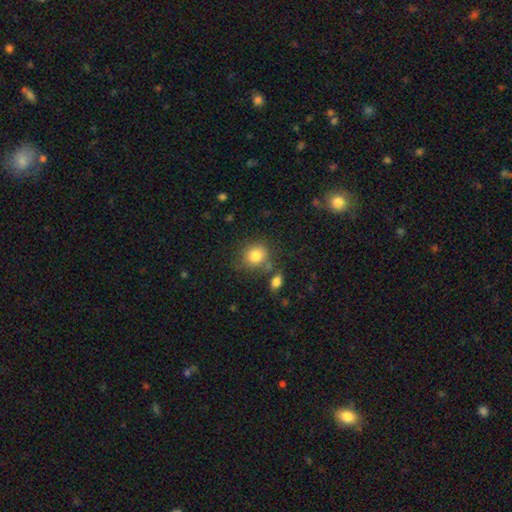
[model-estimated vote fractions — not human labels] smooth 82%, star or artifact 10%, featured or disk 9%. Down the decision tree: how rounded — round (76%); merging — none (68%).